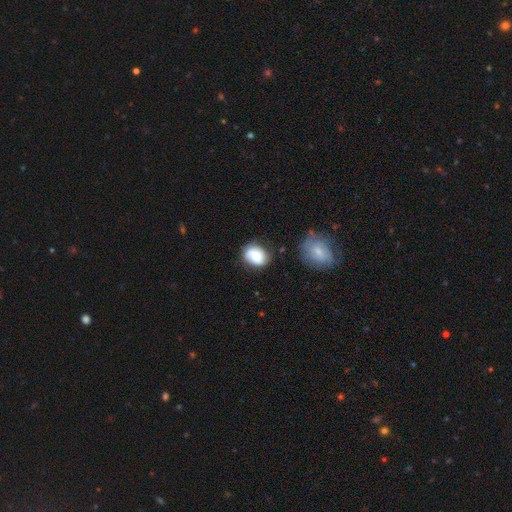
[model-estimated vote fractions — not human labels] Smooth or featured? Predicted: smooth (p=0.59). How rounded? Predicted: round (p=0.53). Merging? Predicted: none (p=0.71).